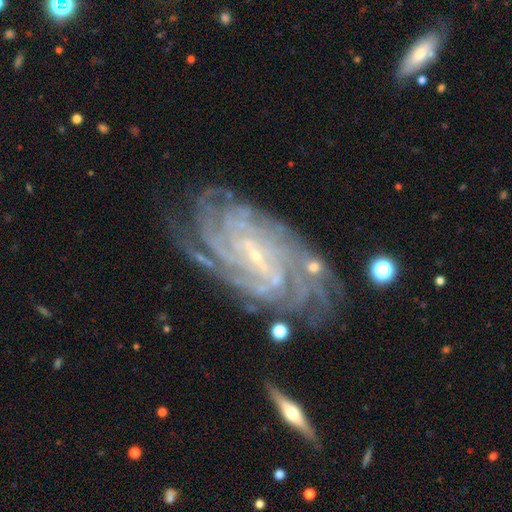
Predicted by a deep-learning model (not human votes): Q: Smooth or featured?
A: featured or disk (90%); runner-up: star or artifact (6%)
Q: Edge-on disk?
A: no (96%); runner-up: yes (4%)
Q: Bar?
A: weak (46%); runner-up: no (29%)
Q: Spiral arms?
A: yes (98%); runner-up: no (2%)
Q: Spiral winding?
A: tight (78%); runner-up: medium (19%)
Q: Spiral arm count?
A: more than 4 (30%); runner-up: 4 (28%)
Q: Bulge size?
A: small (85%); runner-up: moderate (9%)
Q: Merging?
A: none (73%); runner-up: minor disturbance (17%)